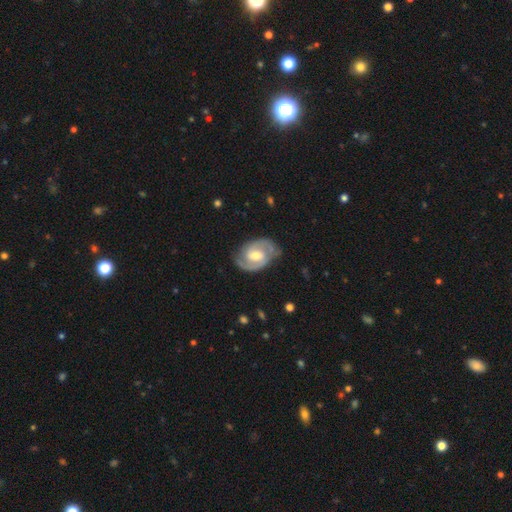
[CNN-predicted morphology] featured or disk 86%, smooth 10%, star or artifact 4%. Down the decision tree: edge-on disk — no (97%); bar — weak (49%); spiral arms — yes (95%); spiral arm count — 2 (90%); spiral winding — medium (47%); bulge size — moderate (65%); merging — none (78%).